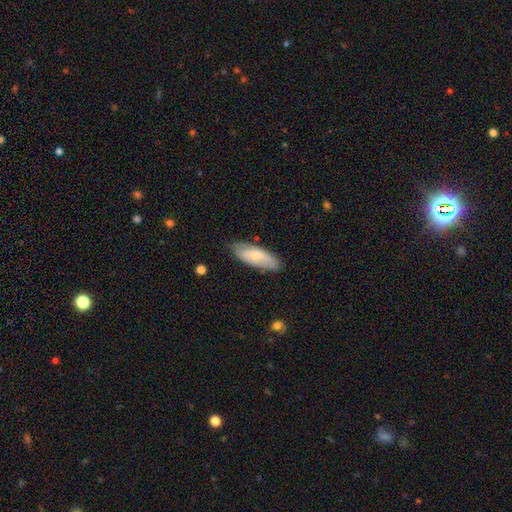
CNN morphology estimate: This is possibly a smooth galaxy (55%). How rounded: likely in between (75%). Merging: likely none (76%).